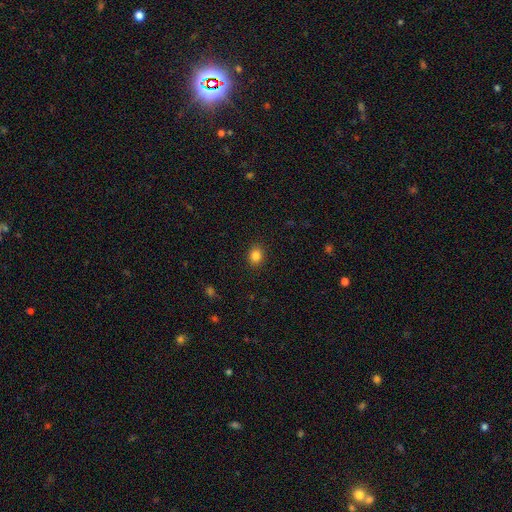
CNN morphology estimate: Smooth or featured?
  - smooth: 84% *
  - star or artifact: 11%
  - featured or disk: 5%
How rounded?
  - round: 59% *
  - in between: 40%
  - cigar-shaped: 1%
Merging?
  - none: 90% *
  - minor disturbance: 7%
  - major disturbance: 2%
  - merger: 1%